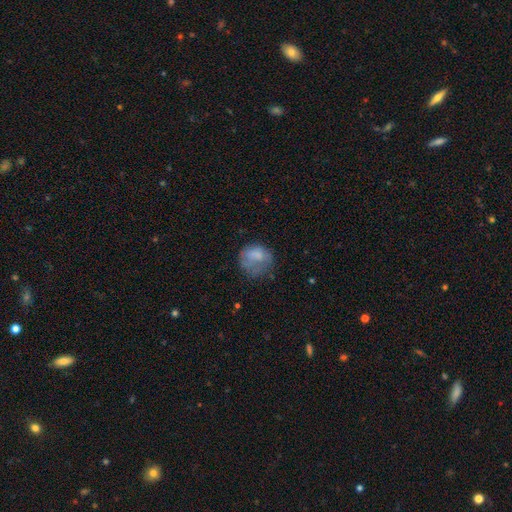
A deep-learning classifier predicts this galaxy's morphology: The model was most divided on "merging": none: 42%, major disturbance: 27%, minor disturbance: 27%, merger: 3%. More confident: how rounded — round (68%); smooth or featured — smooth (67%).